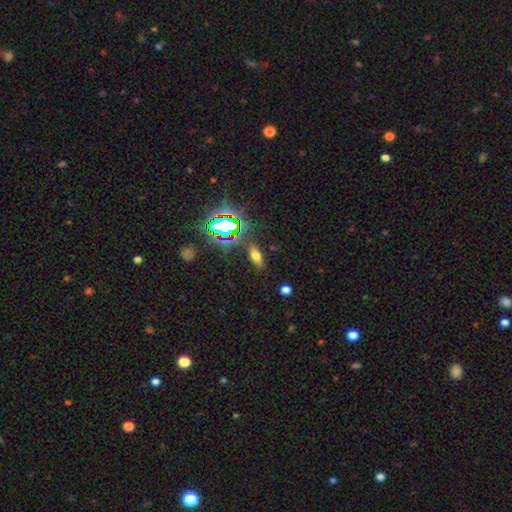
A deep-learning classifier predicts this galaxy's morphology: type=smooth (57%); roundness=in between (68%); merging=none (84%).